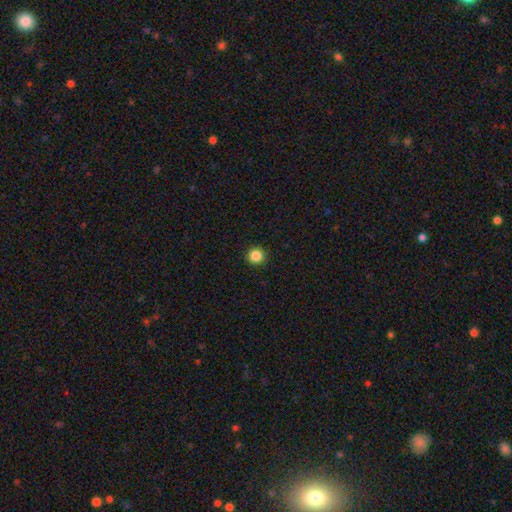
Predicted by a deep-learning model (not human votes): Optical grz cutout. It shows a smooth galaxy with no disk features (86%) that is round (95%). Merging: none (93%).